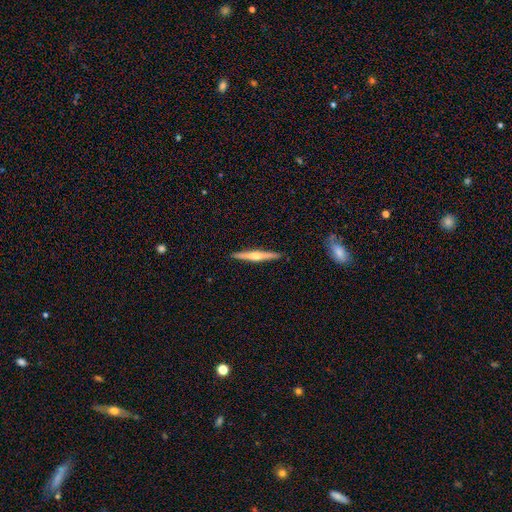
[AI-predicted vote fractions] smooth-or-featured: featured or disk: 67% | smooth: 28% | star or artifact: 5%
  disk-edge-on: yes: 98% | no: 2%
    edge-on-bulge: rounded: 90% | none: 7% | boxy: 3%
  merging: none: 92% | minor disturbance: 6% | major disturbance: 1% | merger: 1%